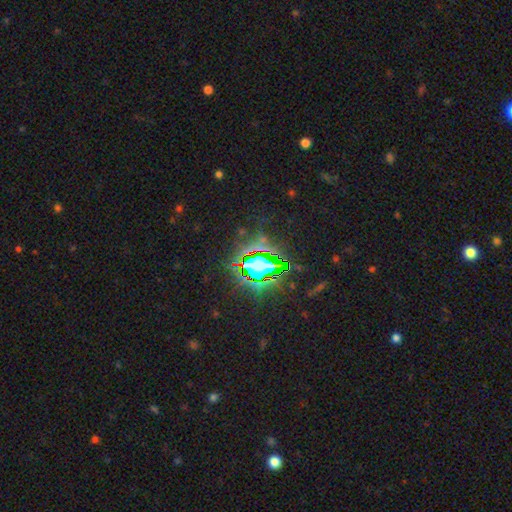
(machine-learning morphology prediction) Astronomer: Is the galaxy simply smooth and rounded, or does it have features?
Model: star or artifact — 79%.